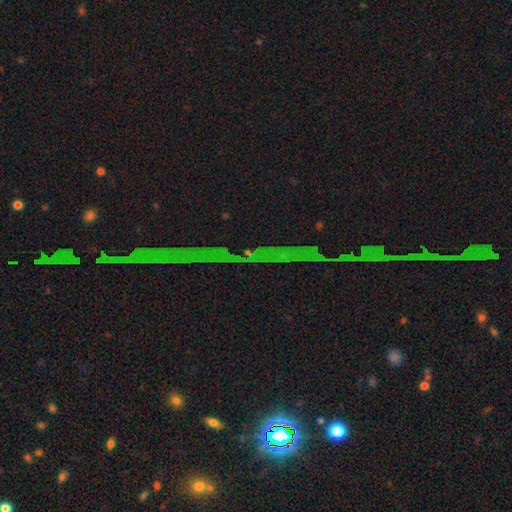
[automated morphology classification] Q: Smooth or featured?
A: star or artifact (83%); runner-up: featured or disk (9%)